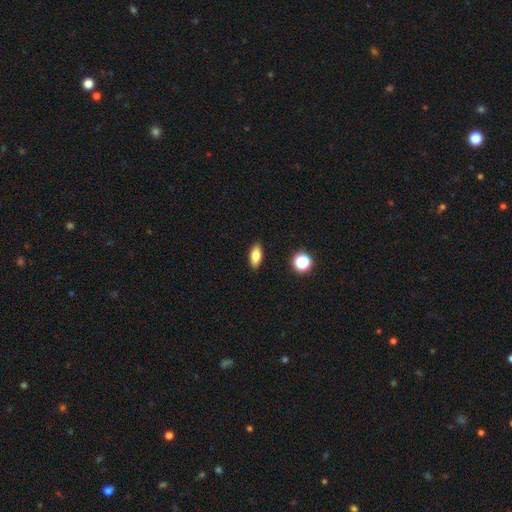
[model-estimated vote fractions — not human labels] A smooth galaxy with no disk features (82%) that is in between round and cigar-shaped (81%). Merging: none (89%).